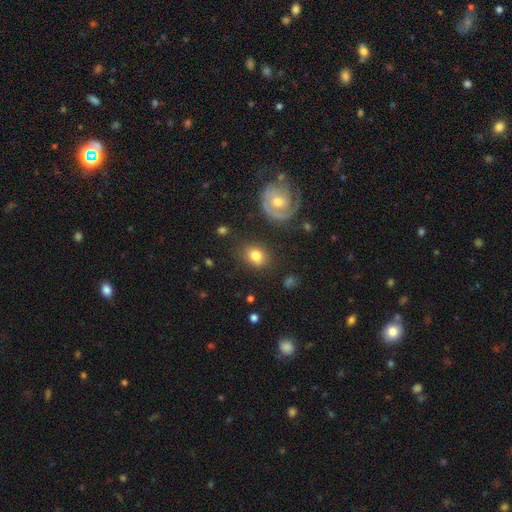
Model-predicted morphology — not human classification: Smooth or featured?
  - smooth: 75% *
  - featured or disk: 16%
  - star or artifact: 9%
How rounded?
  - in between: 55% *
  - round: 44%
  - cigar-shaped: 1%
Merging?
  - none: 79% *
  - minor disturbance: 13%
  - major disturbance: 5%
  - merger: 3%